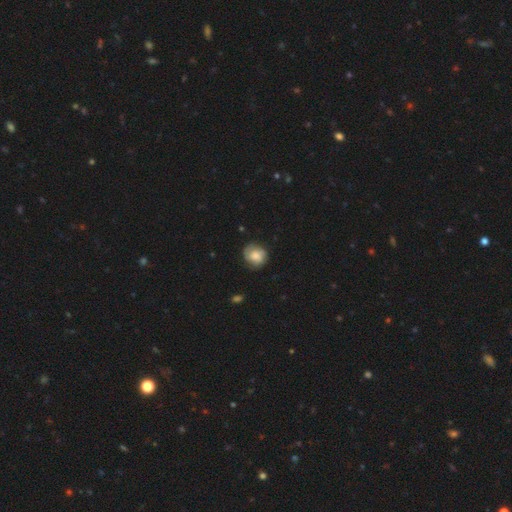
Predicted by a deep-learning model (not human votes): A smooth galaxy with no disk features (53%) that is round (77%).

Vote fractions:
- Smooth or featured? smooth: 53% / featured or disk: 39% / star or artifact: 8%
- How rounded? round: 77% / in between: 22% / cigar-shaped: 1%
- Merging? none: 72% / minor disturbance: 20% / major disturbance: 6% / merger: 1%